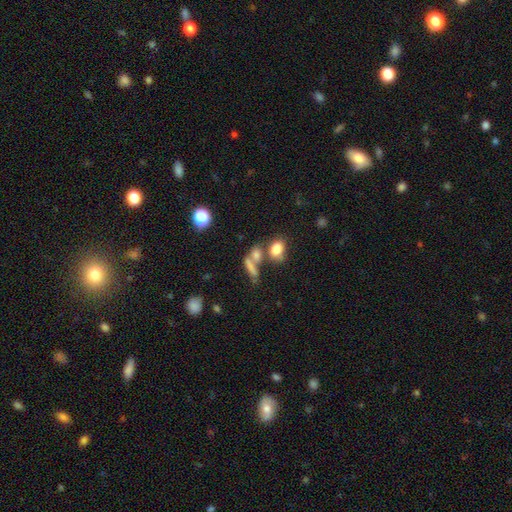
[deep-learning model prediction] A smooth galaxy with no disk features (72%) that is in between round and cigar-shaped (61%).

Vote fractions:
- Smooth or featured? smooth: 72% / star or artifact: 15% / featured or disk: 14%
- How rounded? in between: 61% / round: 27% / cigar-shaped: 12%
- Merging? none: 44% / merger: 38% / minor disturbance: 11% / major disturbance: 7%